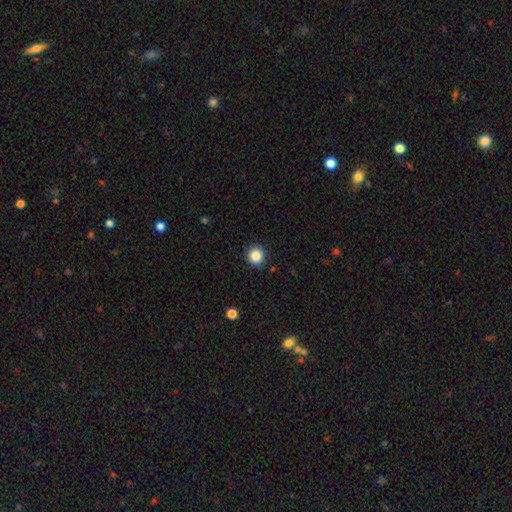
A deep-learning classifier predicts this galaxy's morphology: type=smooth (87%); roundness=round (90%); merging=none (90%).